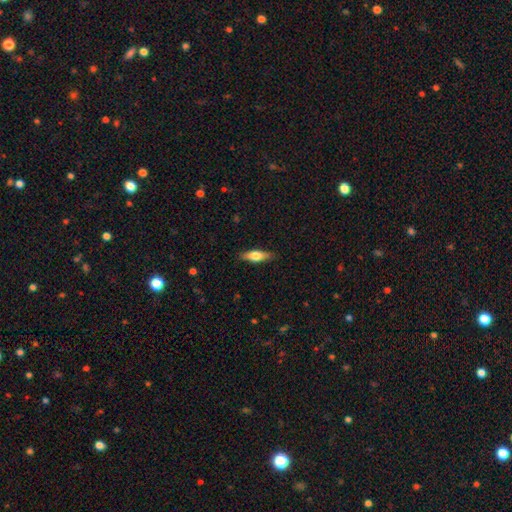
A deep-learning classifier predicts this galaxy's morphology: smooth 58%, featured or disk 35%, star or artifact 6%. Down the decision tree: how rounded — in between (52%); merging — none (86%).